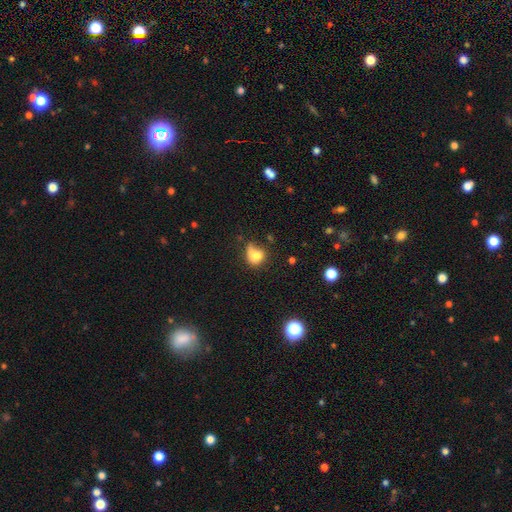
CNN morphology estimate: Q: Smooth or featured?
A: smooth (74%); runner-up: featured or disk (15%)
Q: How rounded?
A: round (57%); runner-up: in between (42%)
Q: Merging?
A: none (37%); runner-up: minor disturbance (33%)